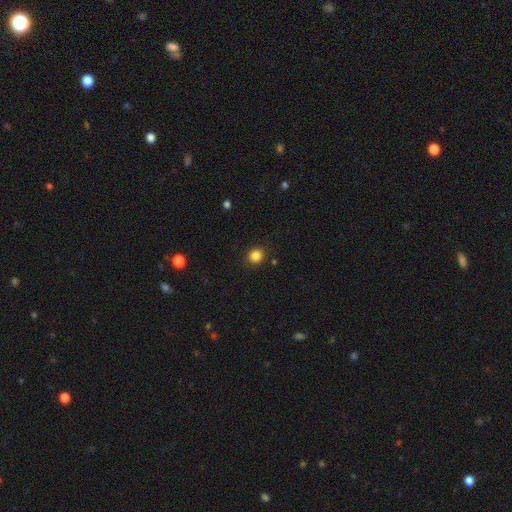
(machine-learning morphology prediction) Smooth or featured: smooth — 84% (star or artifact — 12%)
How rounded: round — 88% (in between — 11%)
Merging: none — 90% (minor disturbance — 6%)